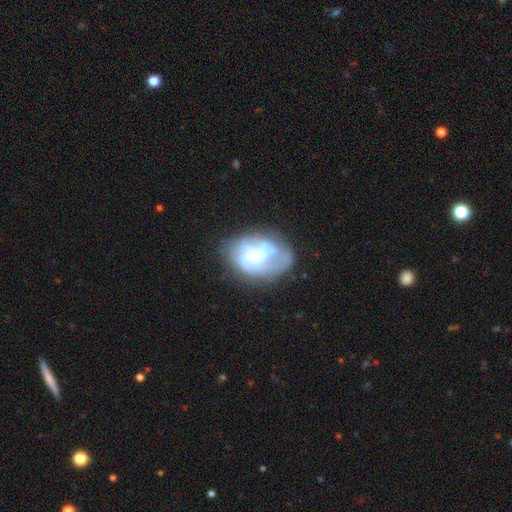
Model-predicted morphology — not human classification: This appears to be a featured or disk galaxy (70%) with a weak bar (50%), 2 (45%) medium (42%) spiral arms (80%) and a moderate central bulge (43%). Merging: none (47%).